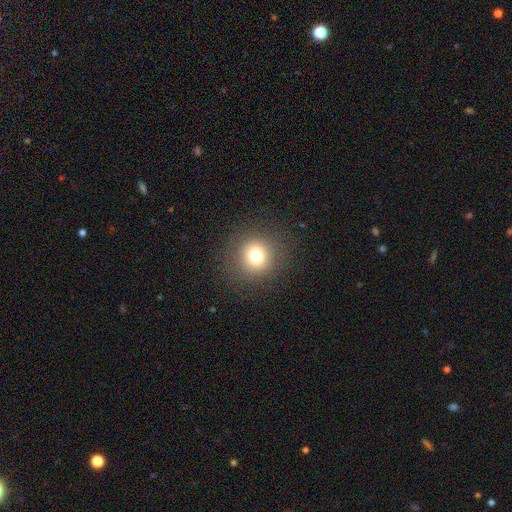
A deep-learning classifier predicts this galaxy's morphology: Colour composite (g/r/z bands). It shows a smooth galaxy with no disk features (76%) that is round (93%). Merging: none (89%).